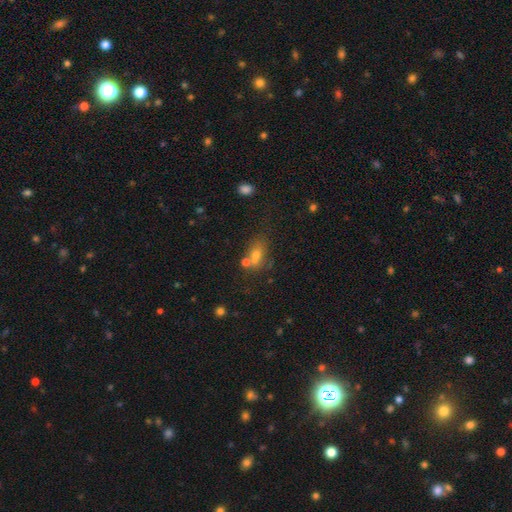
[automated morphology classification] Smooth or featured?
  - smooth: 61% *
  - star or artifact: 22%
  - featured or disk: 17%
How rounded?
  - in between: 64% *
  - round: 31%
  - cigar-shaped: 4%
Merging?
  - none: 46% *
  - merger: 31%
  - minor disturbance: 15%
  - major disturbance: 8%